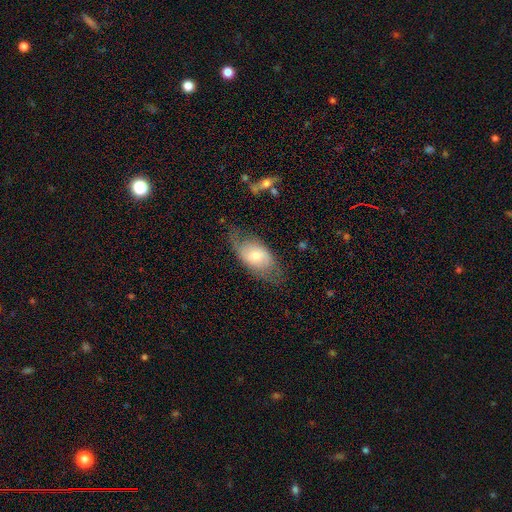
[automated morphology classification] type=smooth (52%); roundness=in between (89%); merging=none (57%).